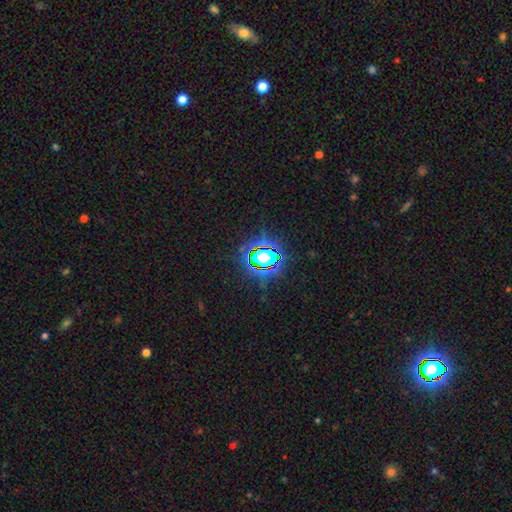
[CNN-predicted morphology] Smooth or featured?
  - star or artifact: 81% *
  - smooth: 12%
  - featured or disk: 7%